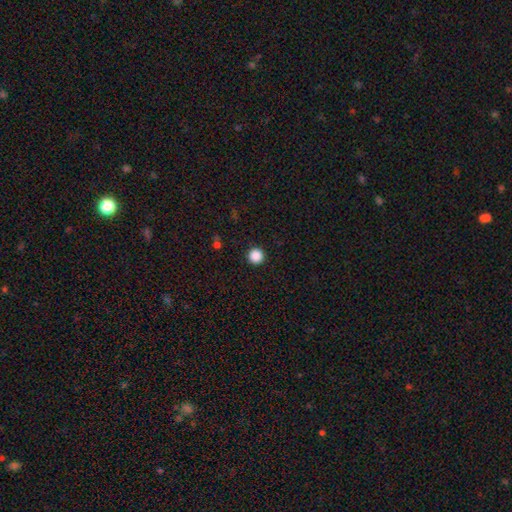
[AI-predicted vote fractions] Morphology: type=smooth (88%); roundness=round (96%); merging=none (93%).